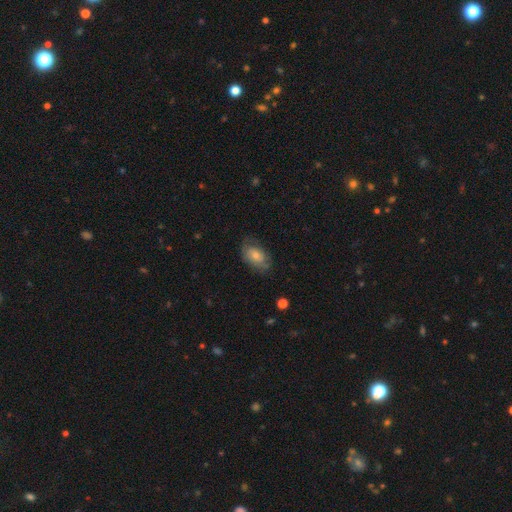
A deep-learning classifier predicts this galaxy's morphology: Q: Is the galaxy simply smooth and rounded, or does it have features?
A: smooth — 62%.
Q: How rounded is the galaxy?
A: in between — 88%.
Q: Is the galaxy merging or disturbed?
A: none — 63%.